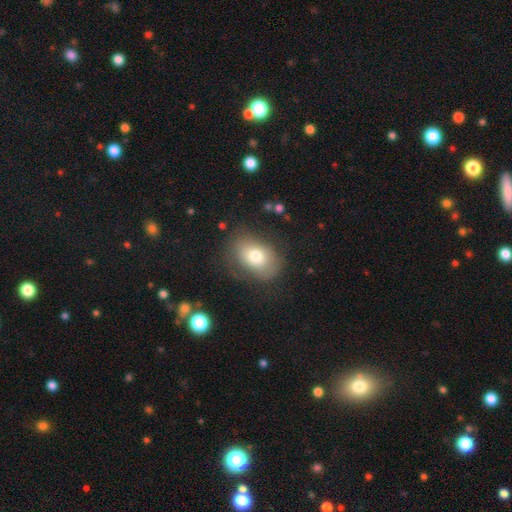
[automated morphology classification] Smooth or featured? Predicted: smooth (p=0.70). How rounded? Predicted: in between (p=0.75). Merging? Predicted: none (p=0.67).